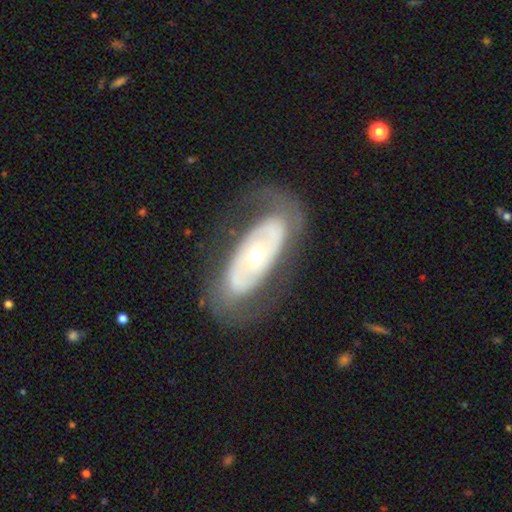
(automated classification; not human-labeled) Smooth or featured? Predicted: featured or disk (p=0.73). Edge-on disk? Predicted: no (p=0.90). Bar? Predicted: no (p=0.78). Spiral arms? Predicted: no (p=0.53). Bulge size? Predicted: small (p=0.49). Merging? Predicted: none (p=0.71).